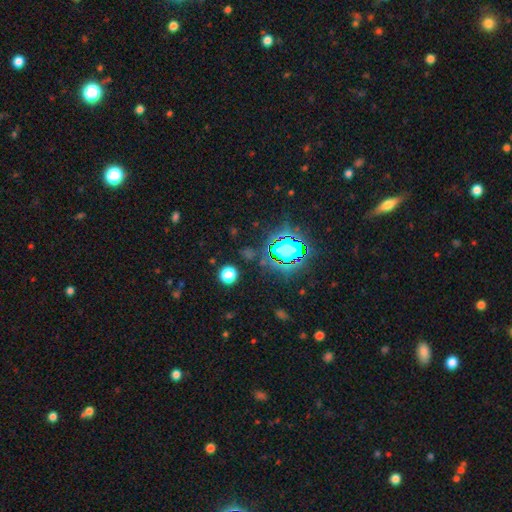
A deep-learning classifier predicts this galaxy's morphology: Smooth or featured? Predicted: star or artifact (p=0.77).